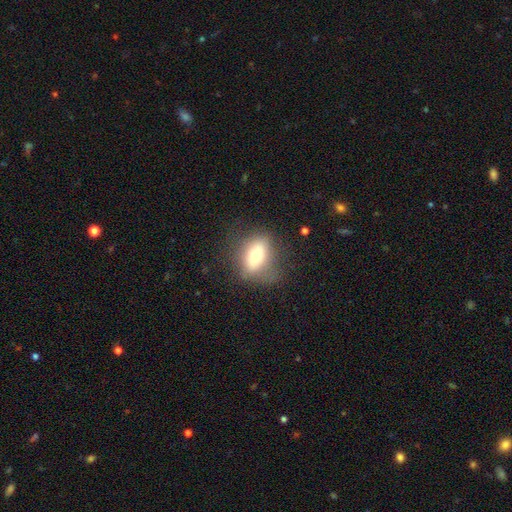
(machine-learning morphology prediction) type=smooth (67%); roundness=in between (75%); merging=none (61%).